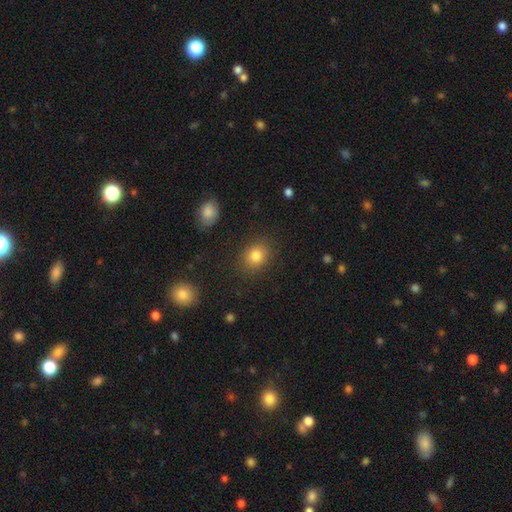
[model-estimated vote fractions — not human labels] smooth_or_featured: smooth (p=0.82) [alt: star or artifact p=0.11]
how_rounded: round (p=0.50) [alt: in between p=0.49]
merging: none (p=0.85) [alt: minor disturbance p=0.09]